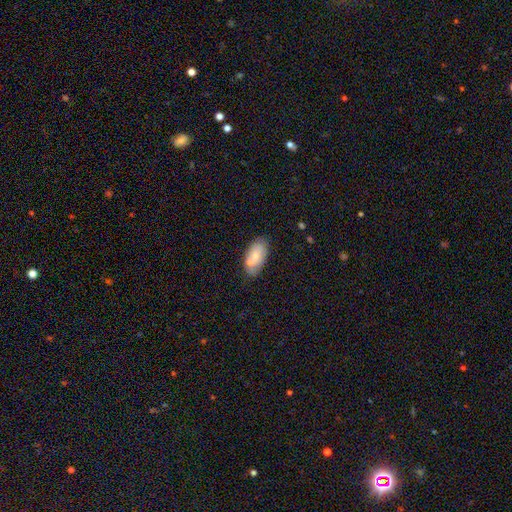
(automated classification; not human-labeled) The model was most divided on "merging": none: 62%, minor disturbance: 18%, merger: 16%, major disturbance: 5%. More confident: how rounded — in between (93%); smooth or featured — smooth (72%).